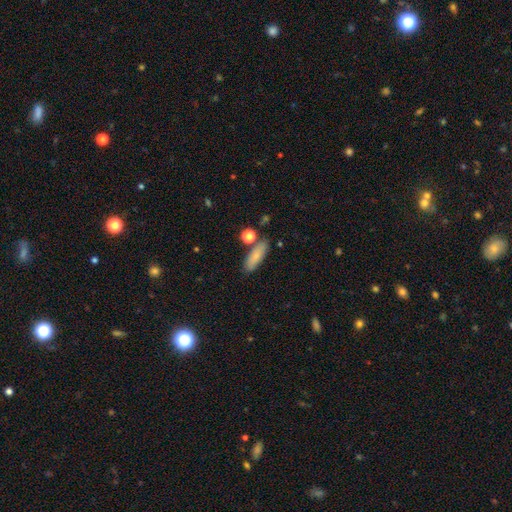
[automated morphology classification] smooth 79%, featured or disk 13%, star or artifact 8%. Down the decision tree: how rounded — in between (57%); merging — none (77%).